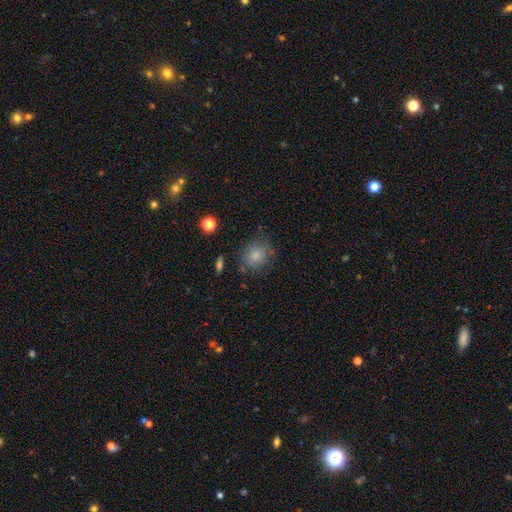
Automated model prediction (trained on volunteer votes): This appears to be a smooth galaxy with no disk features (67%) that is round (74%). Merging: none (74%).